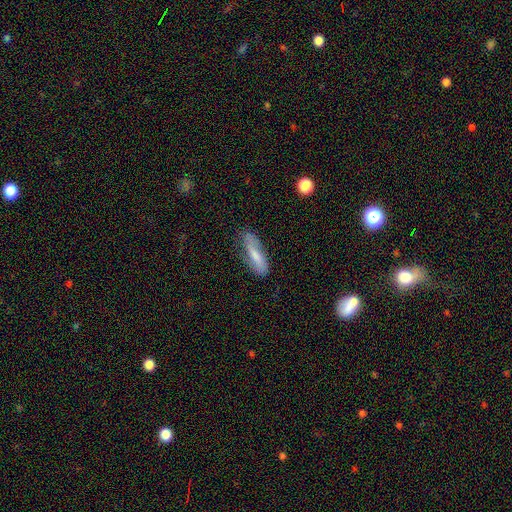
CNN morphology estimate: This appears to be a smooth galaxy with no disk features (66%) that is cigar-shaped (58%). Merging: none (67%).